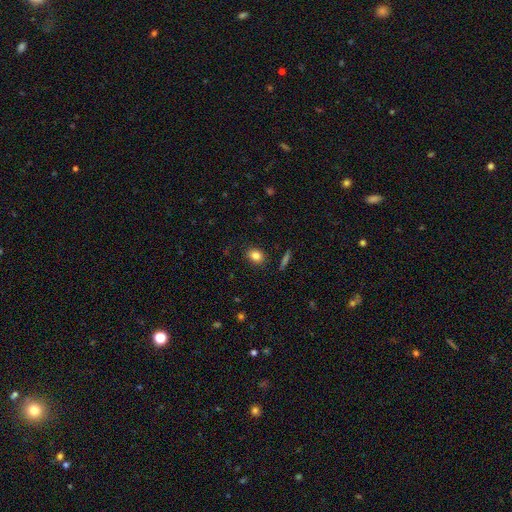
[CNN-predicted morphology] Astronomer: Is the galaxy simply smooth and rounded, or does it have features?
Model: smooth — 83%.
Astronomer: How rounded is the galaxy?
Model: in between — 55% (runner-up: round, 44%).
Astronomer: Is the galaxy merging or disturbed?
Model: none — 88%.